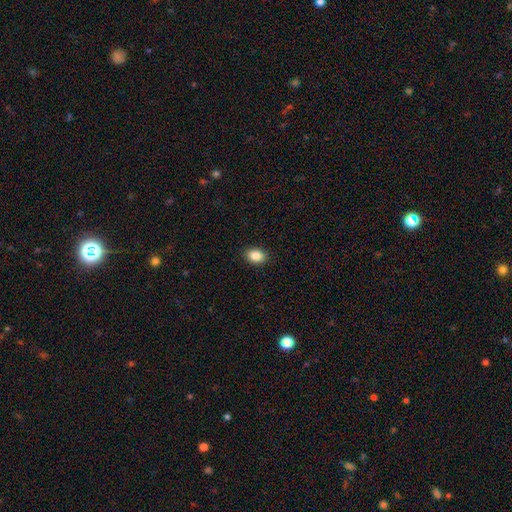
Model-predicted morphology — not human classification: Q: Smooth or featured?
A: smooth (87%); runner-up: star or artifact (9%)
Q: How rounded?
A: in between (75%); runner-up: round (24%)
Q: Merging?
A: none (90%); runner-up: minor disturbance (7%)